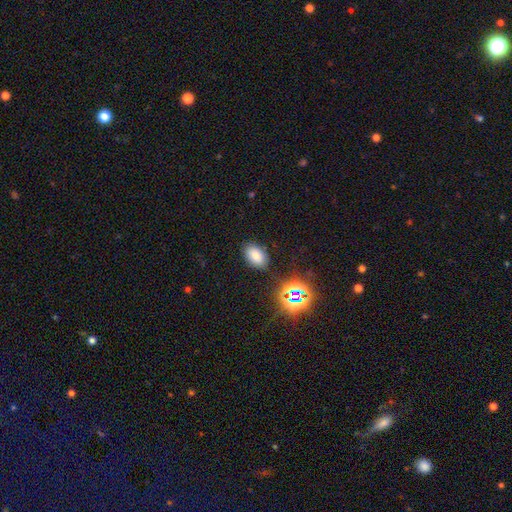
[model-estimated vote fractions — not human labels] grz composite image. It shows a smooth galaxy with no disk features (75%) that is in between round and cigar-shaped (90%). Merging: none (85%).